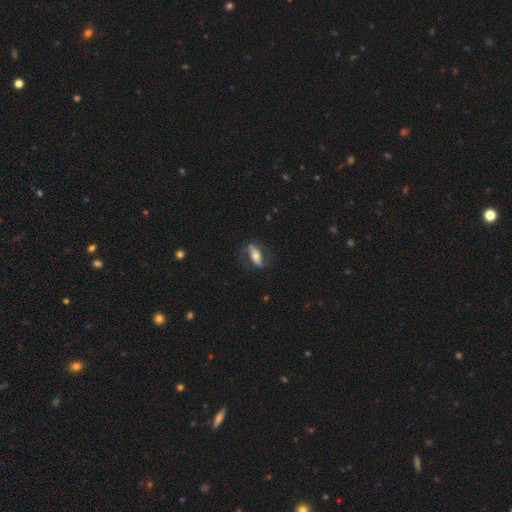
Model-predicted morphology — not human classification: smooth_or_featured: featured or disk (p=0.54) [alt: smooth p=0.40]
disk_edge_on: no (p=0.71) [alt: yes p=0.29]
merging: none (p=0.69) [alt: minor disturbance p=0.18]